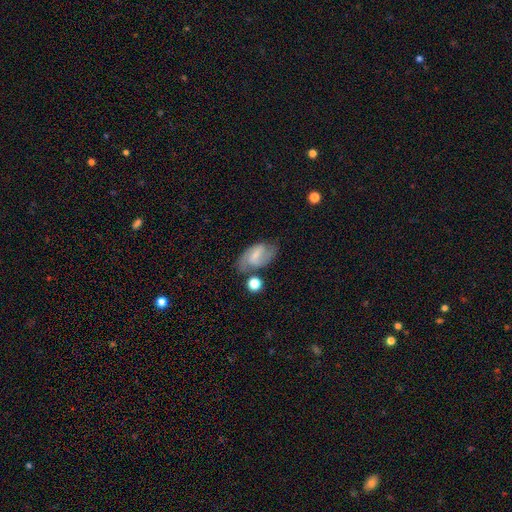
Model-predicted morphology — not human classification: The model was most divided on "bar": weak: 51%, strong: 33%, no: 17%. Remaining: edge-on disk — no (96%); spiral arms — yes (88%); spiral arm count — 2 (84%); merging — none (65%); smooth or featured — featured or disk (63%); bulge size — small (50%); spiral winding — medium (49%).